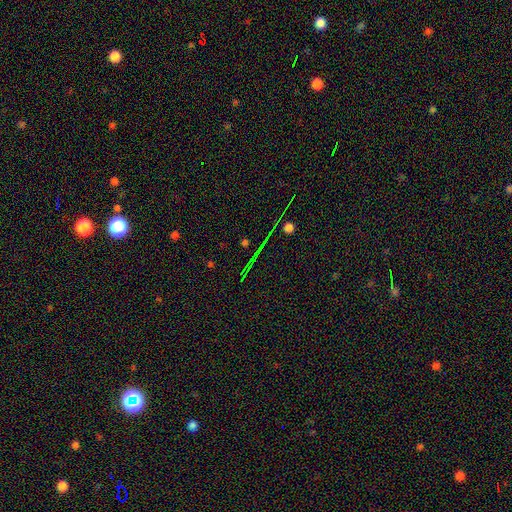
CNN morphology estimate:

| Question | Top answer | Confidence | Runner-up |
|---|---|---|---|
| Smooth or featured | star or artifact | 74% | featured or disk (14%) |